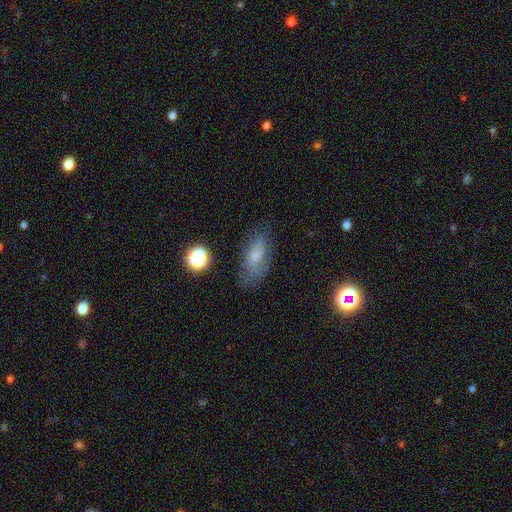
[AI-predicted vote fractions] The model was most divided on "smooth or featured": smooth: 62%, featured or disk: 26%, star or artifact: 12%. More confident: how rounded — in between (86%); merging — none (66%).